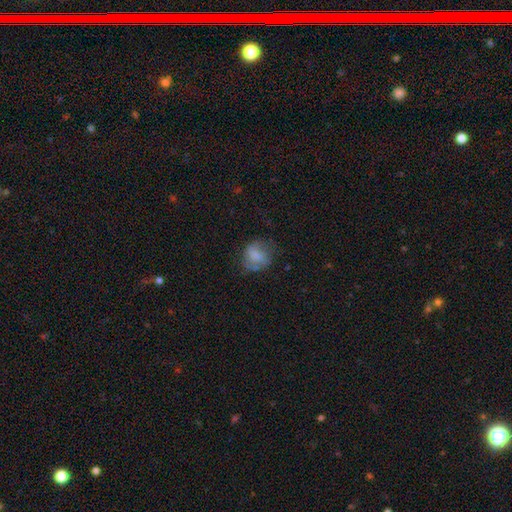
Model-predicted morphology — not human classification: This appears to be a smooth galaxy with no disk features (63%) that is round (59%). Merging: none (54%).